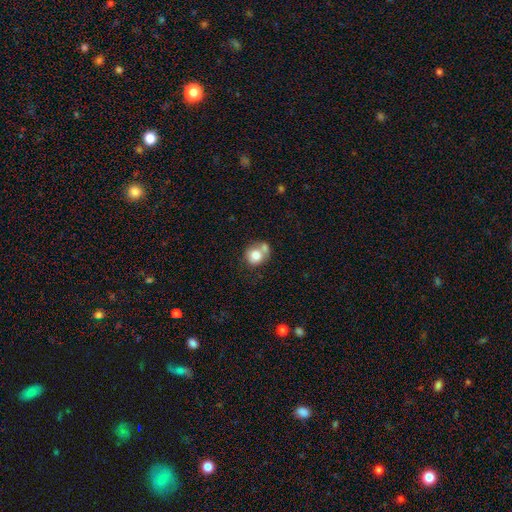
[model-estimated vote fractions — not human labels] The model was most divided on "merging": merger: 42%, none: 38%, minor disturbance: 13%, major disturbance: 6%. More confident: how rounded — round (79%); smooth or featured — smooth (75%).